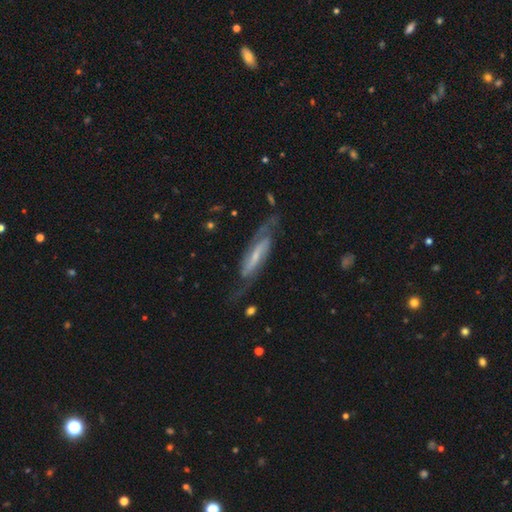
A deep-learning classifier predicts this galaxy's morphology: The model was most divided on "bar": strong: 47%, weak: 36%, no: 17%. Remaining: spiral arms — yes (95%); spiral arm count — 2 (89%); smooth or featured — featured or disk (85%); edge-on disk — no (84%); merging — none (69%); bulge size — small (59%); spiral winding — medium (47%).